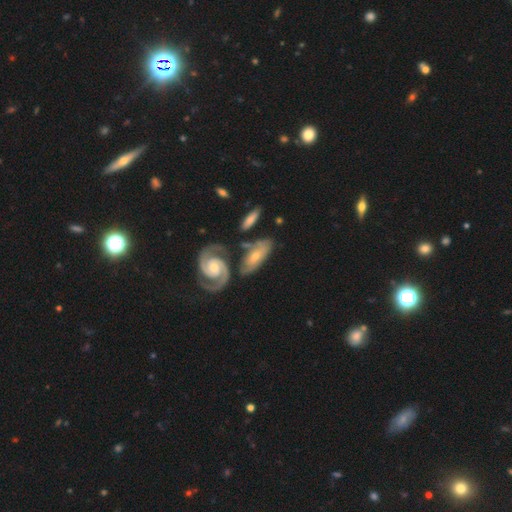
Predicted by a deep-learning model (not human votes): The model was most divided on "bulge size": moderate: 48%, small: 44%, large: 4%, none: 2%, dominant: 1%. Remaining: edge-on disk — no (89%); spiral arms — yes (89%); spiral arm count — 2 (83%); smooth or featured — featured or disk (64%); bar — no (59%); merging — none (53%); spiral winding — tight (46%).